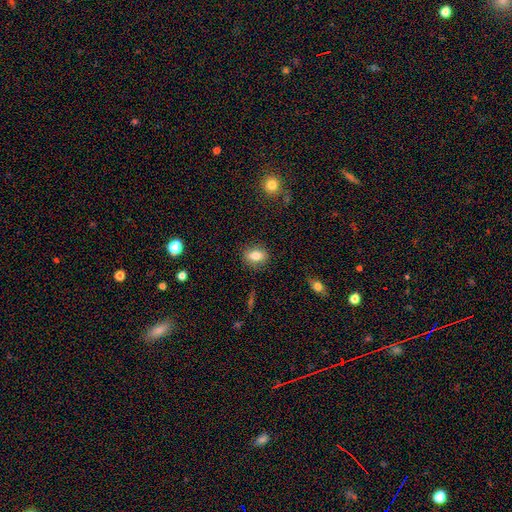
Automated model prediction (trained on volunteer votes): This is likely a smooth galaxy (78%). How rounded: likely in between (65%). Merging: clearly none (85%).